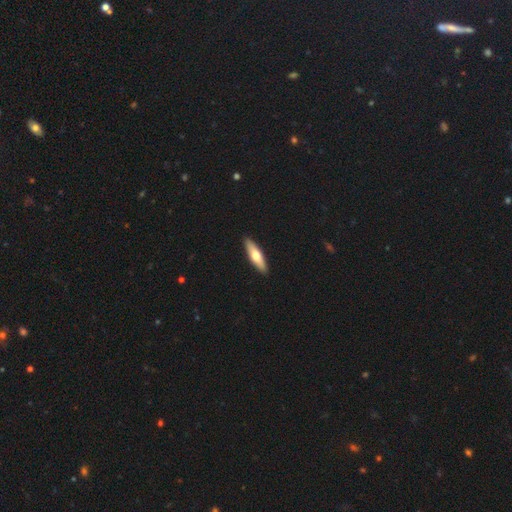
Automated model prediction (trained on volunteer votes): A smooth galaxy with no disk features (58%) that is cigar-shaped (69%). Merging: none (92%).